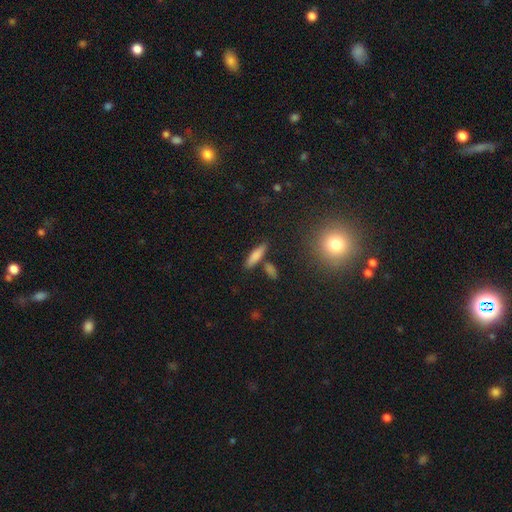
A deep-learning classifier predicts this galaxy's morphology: smooth_or_featured: smooth (p=0.78) [alt: featured or disk p=0.13]
how_rounded: cigar-shaped (p=0.65) [alt: in between p=0.32]
merging: none (p=0.76) [alt: minor disturbance p=0.11]